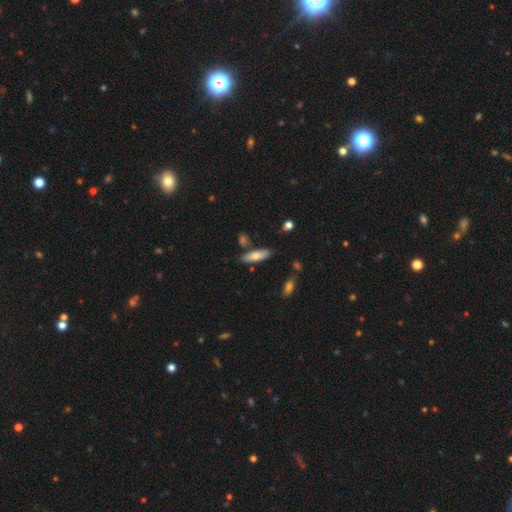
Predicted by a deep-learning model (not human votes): A smooth galaxy with no disk features (69%) that is in between round and cigar-shaped (51%). Merging: none (76%).